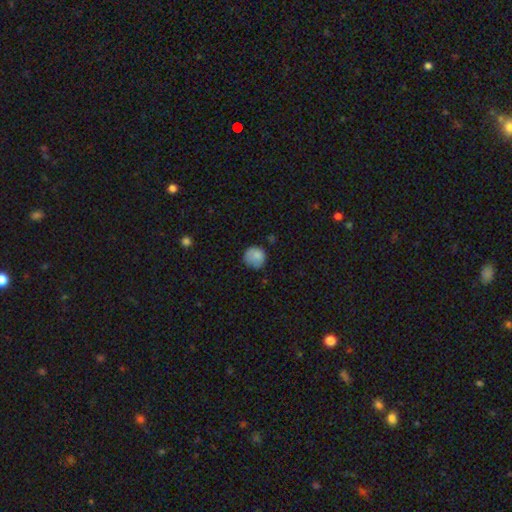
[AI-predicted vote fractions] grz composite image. It shows a smooth galaxy with no disk features (83%) that is round (87%). Merging: none (66%).